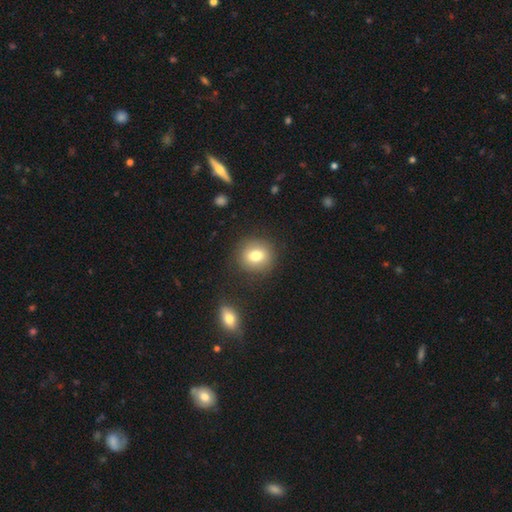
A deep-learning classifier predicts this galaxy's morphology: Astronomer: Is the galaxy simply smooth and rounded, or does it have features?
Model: smooth — 78%.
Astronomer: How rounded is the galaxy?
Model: round — 80%.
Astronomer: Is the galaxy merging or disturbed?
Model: none — 86%.